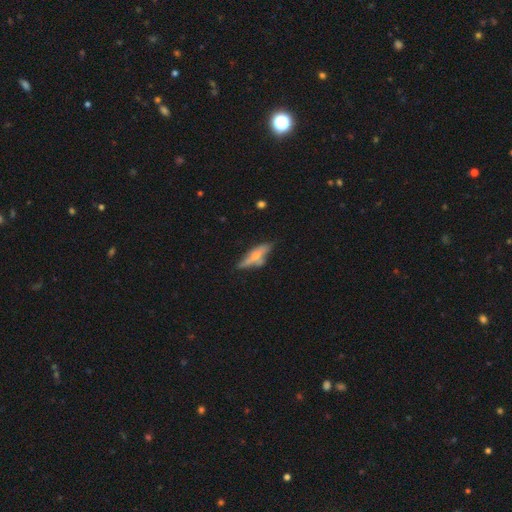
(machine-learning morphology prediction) Q: Smooth or featured?
A: featured or disk (64%); runner-up: smooth (29%)
Q: Edge-on disk?
A: yes (83%); runner-up: no (17%)
Q: Edge-on bulge?
A: rounded (90%); runner-up: boxy (6%)
Q: Merging?
A: none (62%); runner-up: minor disturbance (21%)